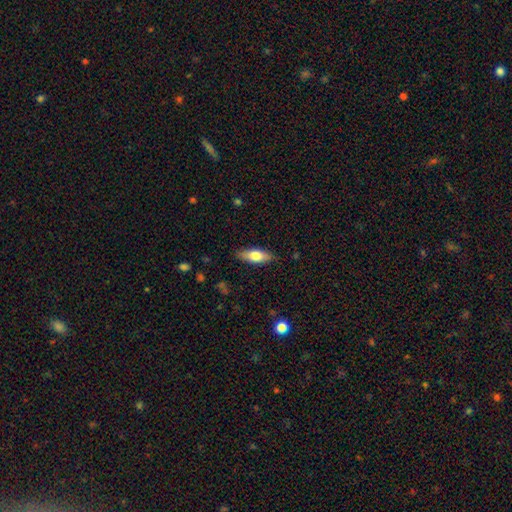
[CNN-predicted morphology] Smooth or featured?
  - smooth: 68% *
  - featured or disk: 26%
  - star or artifact: 6%
How rounded?
  - in between: 67% *
  - cigar-shaped: 30%
  - round: 3%
Merging?
  - none: 86% *
  - minor disturbance: 11%
  - major disturbance: 2%
  - merger: 1%